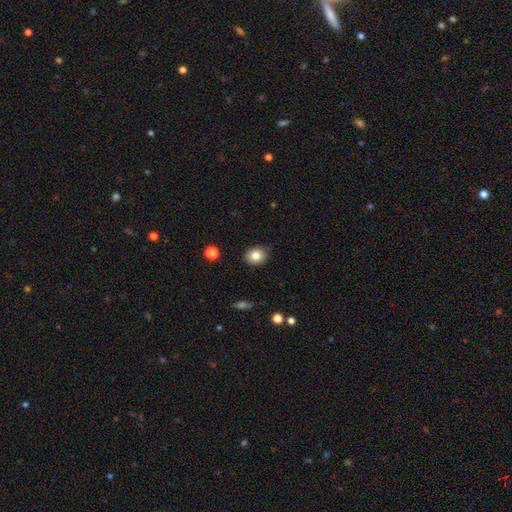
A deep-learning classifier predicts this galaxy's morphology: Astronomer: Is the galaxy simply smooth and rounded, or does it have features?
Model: smooth — 82%.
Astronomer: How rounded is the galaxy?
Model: round — 59% (runner-up: in between, 40%).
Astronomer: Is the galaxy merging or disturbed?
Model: none — 86%.